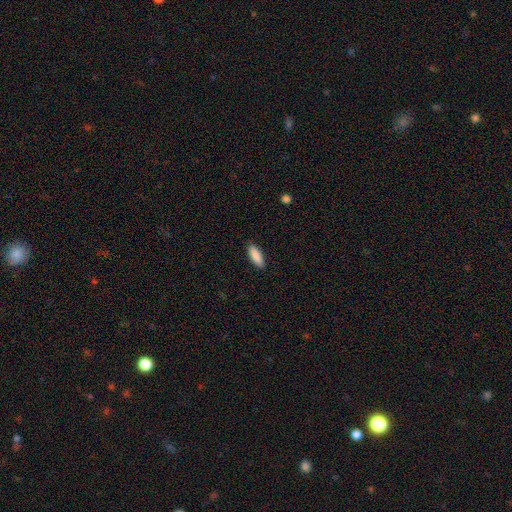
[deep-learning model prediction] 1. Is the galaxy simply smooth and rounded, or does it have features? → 89% smooth, 6% star or artifact, 5% featured or disk.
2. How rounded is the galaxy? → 63% in between, 35% cigar-shaped, 2% round.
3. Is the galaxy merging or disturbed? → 89% none, 8% minor disturbance, 2% major disturbance, 1% merger.